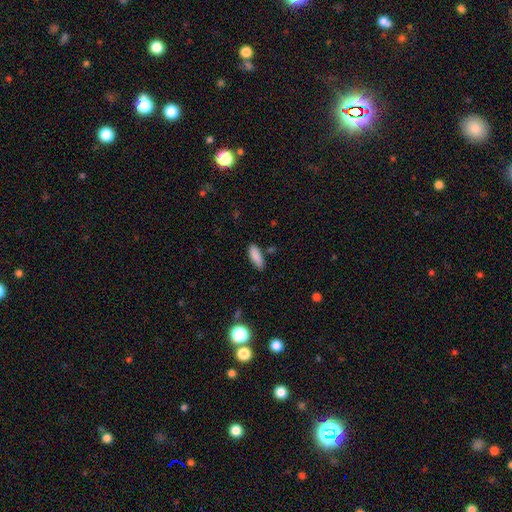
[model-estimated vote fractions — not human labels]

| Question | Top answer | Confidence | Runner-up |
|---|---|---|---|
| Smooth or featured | smooth | 88% | star or artifact (7%) |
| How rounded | in between | 63% | cigar-shaped (35%) |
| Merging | none | 81% | minor disturbance (13%) |